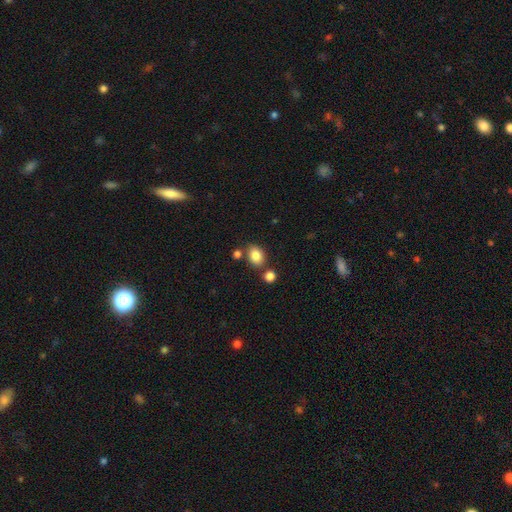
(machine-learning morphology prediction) Smooth or featured?
  - smooth: 85% *
  - star or artifact: 9%
  - featured or disk: 6%
How rounded?
  - in between: 68% *
  - round: 31%
  - cigar-shaped: 1%
Merging?
  - none: 68% *
  - merger: 15%
  - minor disturbance: 13%
  - major disturbance: 4%